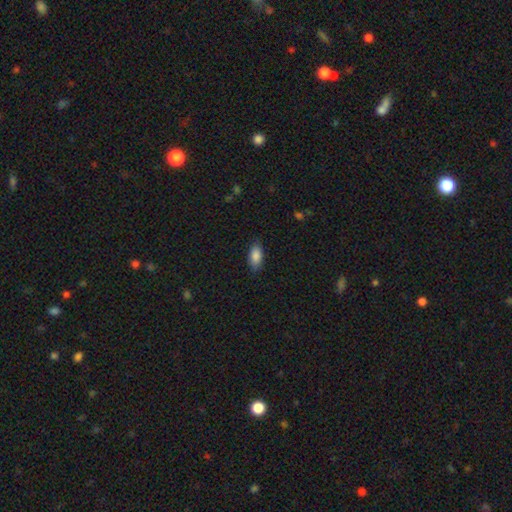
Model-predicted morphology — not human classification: Q: Smooth or featured?
A: smooth (87%); runner-up: star or artifact (7%)
Q: How rounded?
A: in between (90%); runner-up: cigar-shaped (7%)
Q: Merging?
A: none (84%); runner-up: minor disturbance (12%)